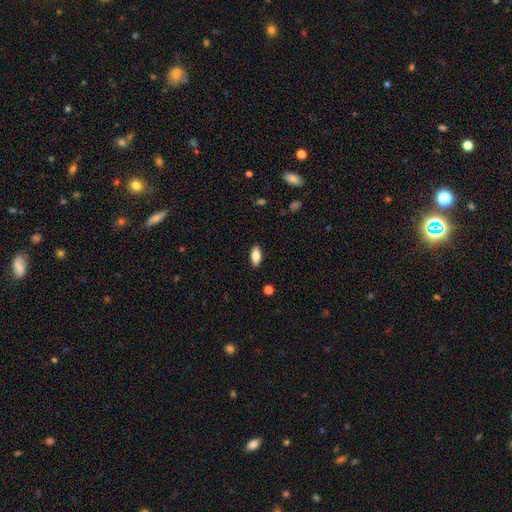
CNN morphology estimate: Smooth or featured: smooth — 84% (featured or disk — 9%)
How rounded: in between — 87% (cigar-shaped — 11%)
Merging: none — 88% (minor disturbance — 9%)